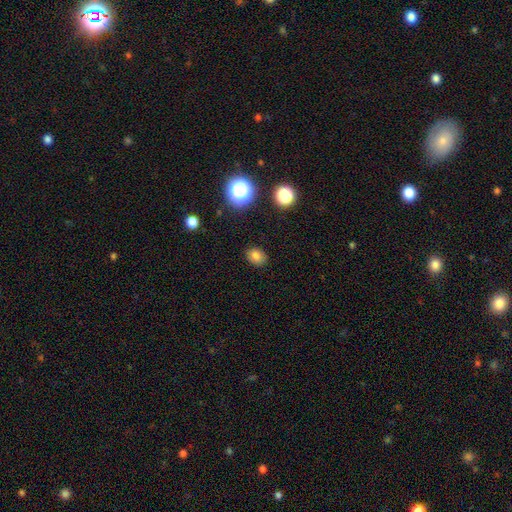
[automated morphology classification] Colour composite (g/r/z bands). It shows a smooth galaxy with no disk features (78%) that is in between round and cigar-shaped (53%). Merging: none (87%).